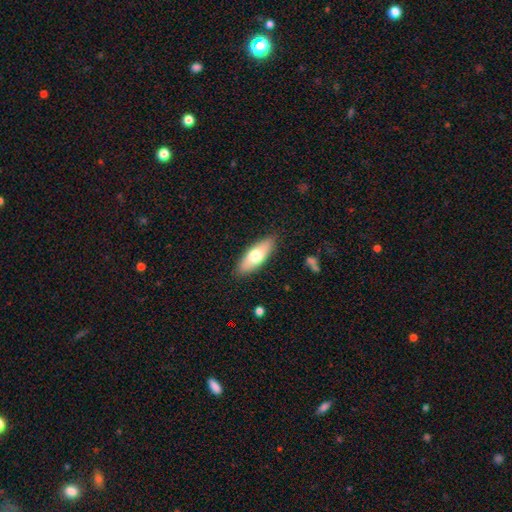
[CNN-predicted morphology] A smooth galaxy with no disk features (65%) that is in between round and cigar-shaped (69%). Merging: none (86%).